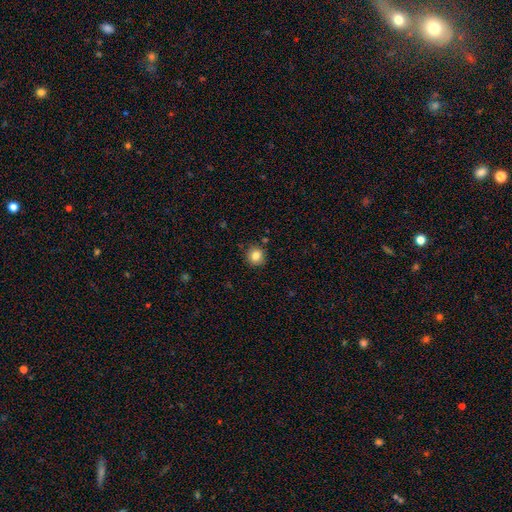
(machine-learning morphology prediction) type=smooth (83%); roundness=round (91%); merging=none (89%).